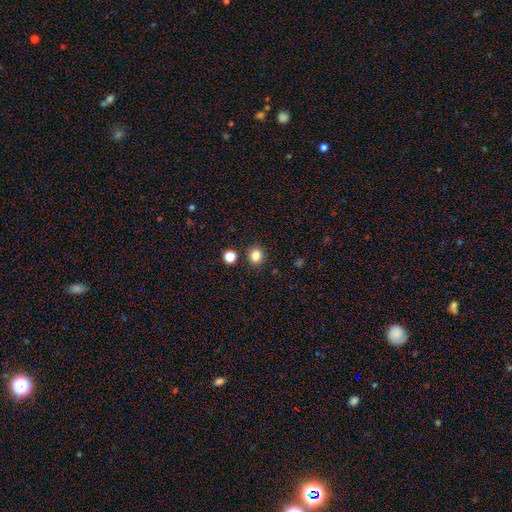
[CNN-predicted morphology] Smooth or featured?
  - smooth: 83% *
  - star or artifact: 12%
  - featured or disk: 4%
How rounded?
  - round: 81% *
  - in between: 18%
  - cigar-shaped: 1%
Merging?
  - none: 87% *
  - minor disturbance: 7%
  - merger: 4%
  - major disturbance: 2%